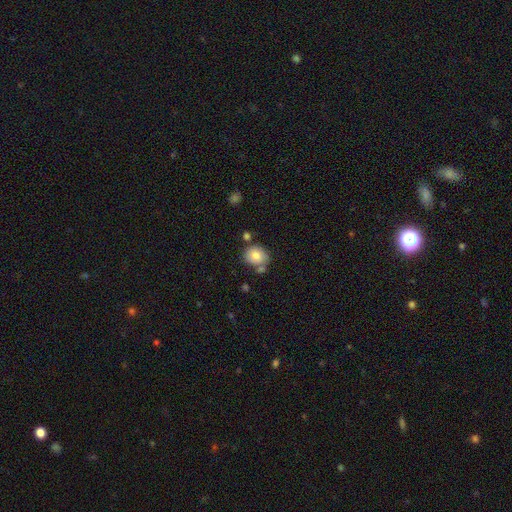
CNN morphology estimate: A smooth galaxy with no disk features (77%) that is round (70%).

Vote fractions:
- Smooth or featured? smooth: 77% / featured or disk: 14% / star or artifact: 9%
- How rounded? round: 70% / in between: 29% / cigar-shaped: 1%
- Merging? none: 62% / merger: 17% / minor disturbance: 17% / major disturbance: 4%